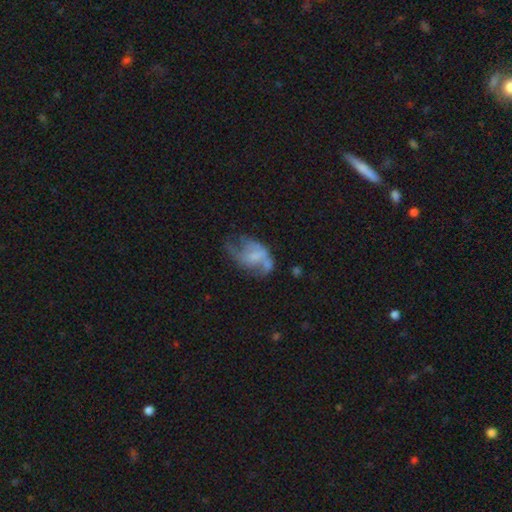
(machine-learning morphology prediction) Smooth or featured: featured or disk — 64% (smooth — 27%)
Edge-on disk: no — 97% (yes — 3%)
Bar: no — 61% (weak — 32%)
Spiral arms: yes — 68% (no — 32%)
Bulge size: none — 41% (small — 29%)
Merging: major disturbance — 36% (none — 33%)